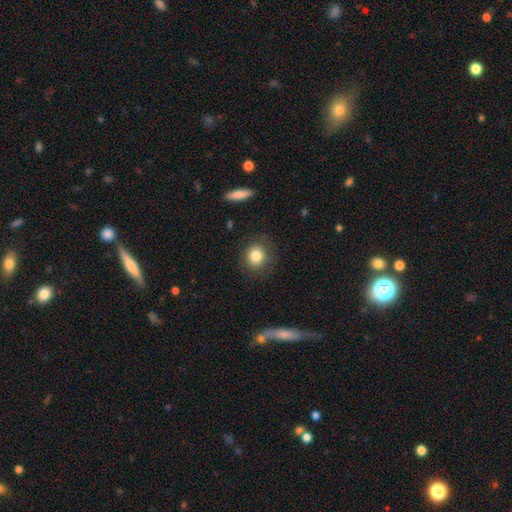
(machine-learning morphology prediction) Q: Smooth or featured?
A: smooth (81%); runner-up: featured or disk (10%)
Q: How rounded?
A: round (79%); runner-up: in between (20%)
Q: Merging?
A: none (82%); runner-up: minor disturbance (12%)